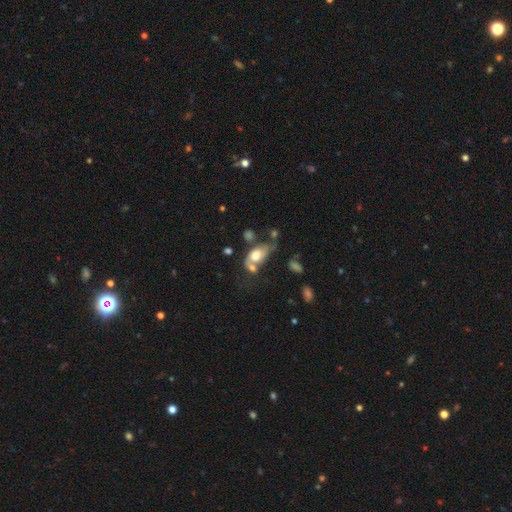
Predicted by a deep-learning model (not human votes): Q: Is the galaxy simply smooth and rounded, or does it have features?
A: smooth — 48%.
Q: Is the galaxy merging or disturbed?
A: merger — 33%.